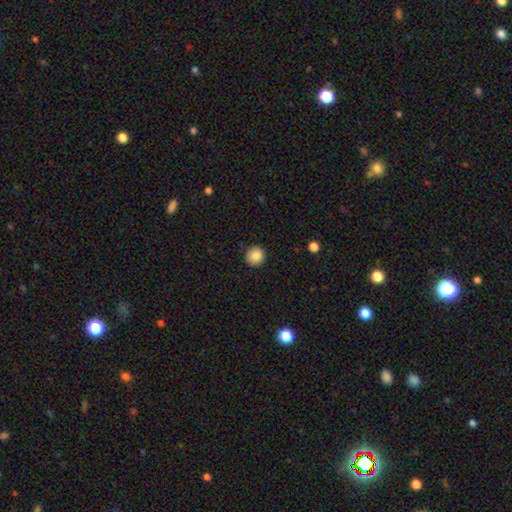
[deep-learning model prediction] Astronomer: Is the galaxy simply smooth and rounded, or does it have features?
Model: smooth — 85%.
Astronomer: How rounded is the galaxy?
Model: round — 92%.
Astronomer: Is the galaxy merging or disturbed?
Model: none — 91%.